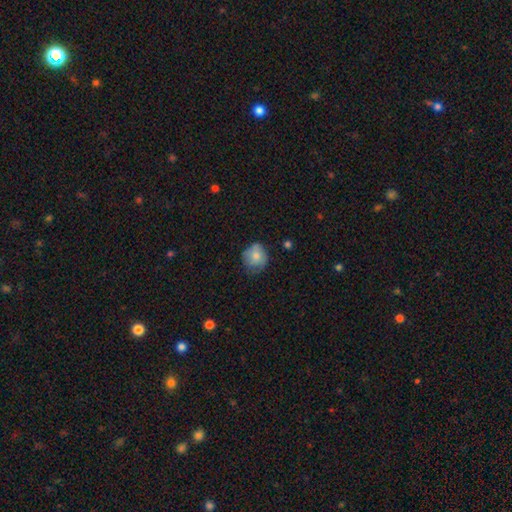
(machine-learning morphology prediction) A smooth galaxy with no disk features (74%) that is round (80%).

Vote fractions:
- Smooth or featured? smooth: 74% / featured or disk: 18% / star or artifact: 8%
- How rounded? round: 80% / in between: 19% / cigar-shaped: 1%
- Merging? none: 57% / minor disturbance: 32% / major disturbance: 8% / merger: 2%